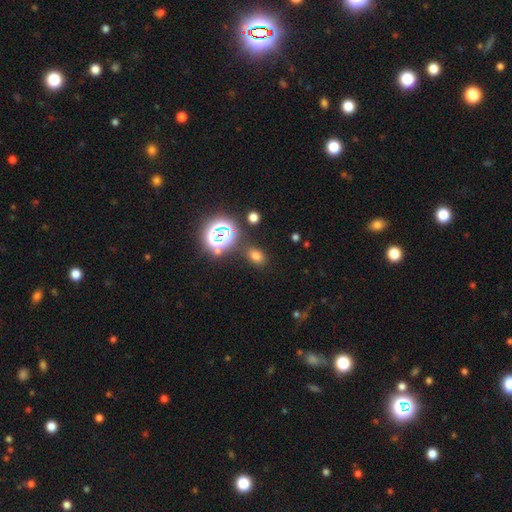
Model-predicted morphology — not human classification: Smooth or featured: smooth — 68% (star or artifact — 26%)
How rounded: in between — 64% (round — 35%)
Merging: none — 82% (minor disturbance — 10%)